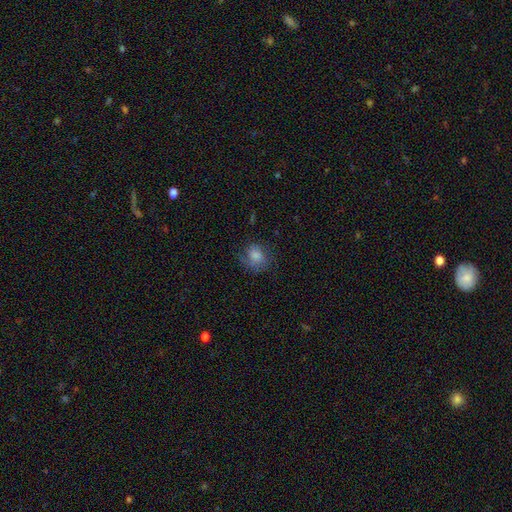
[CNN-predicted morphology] type=smooth (71%); roundness=round (57%); merging=none (58%).